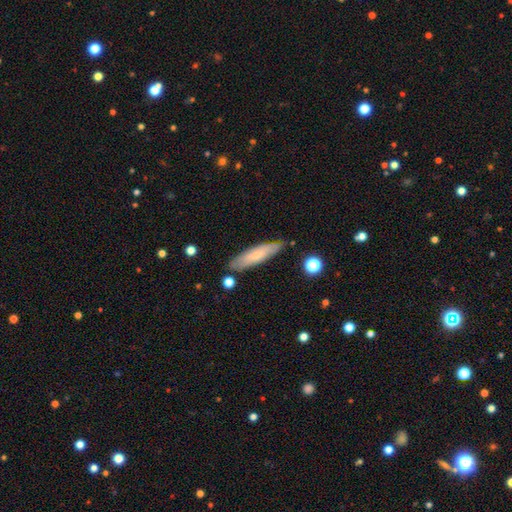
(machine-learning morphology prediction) Smooth or featured? smooth (70%)
How rounded? cigar-shaped (76%)
Merging? none (82%)